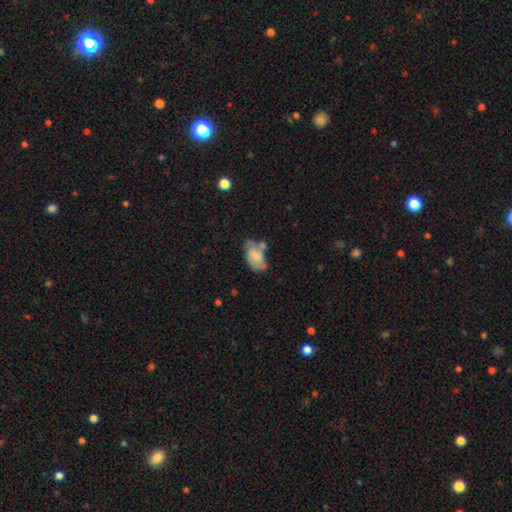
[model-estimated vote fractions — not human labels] Smooth or featured: smooth — 66% (featured or disk — 26%)
How rounded: in between — 91% (round — 8%)
Merging: none — 39% (minor disturbance — 30%)